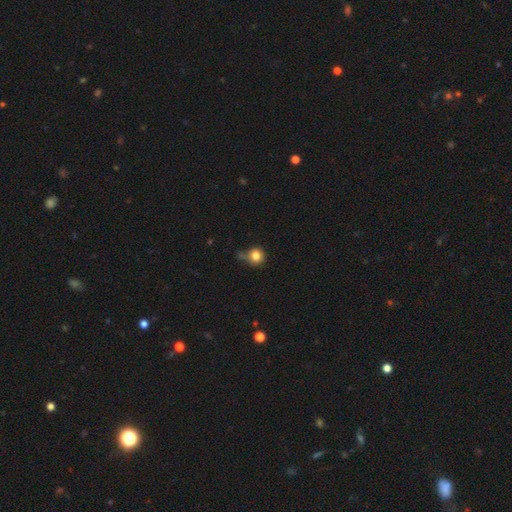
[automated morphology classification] A smooth galaxy with no disk features (80%) that is round (81%). Merging: none (43%).